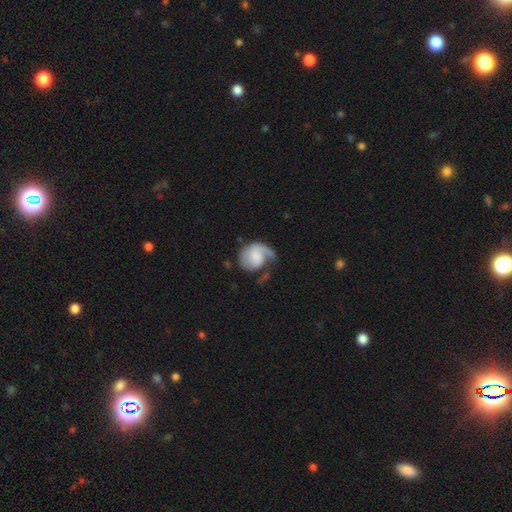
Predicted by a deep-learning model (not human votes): This appears to be a featured or disk galaxy (63%) with no bar (58%), 1 (64%) medium (38%) spiral arms (90%) and no central bulge (38%). Merging: none (41%).